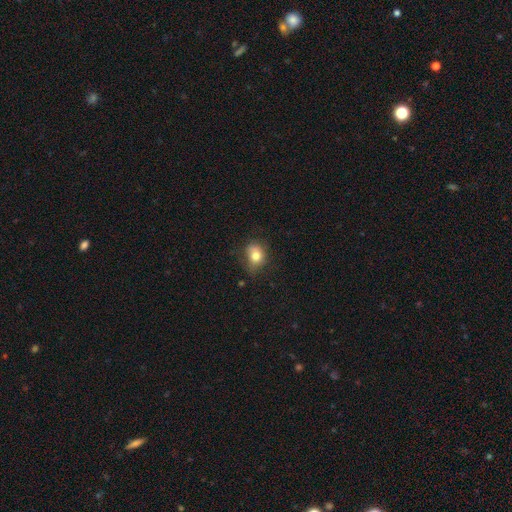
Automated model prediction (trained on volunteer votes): smooth 77%, featured or disk 12%, star or artifact 11%. Down the decision tree: how rounded — in between (51%); merging — none (58%).